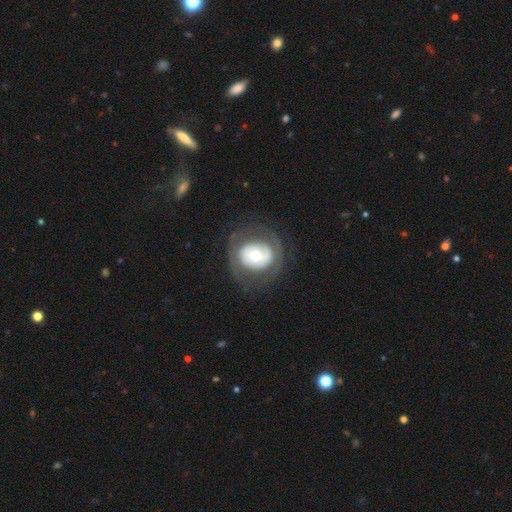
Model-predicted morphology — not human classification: This is possibly a featured or disk galaxy (59%). It is clearly not viewed edge-on (96%). Bar: likely no (75%). Spiral arm pattern: likely no (67%). Central bulge: likely moderate (68%). Merging: likely none (75%).